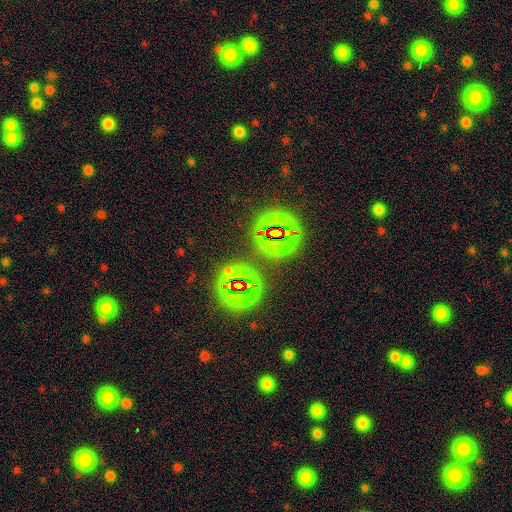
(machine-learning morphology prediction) Smooth or featured? Predicted: star or artifact (p=0.79).